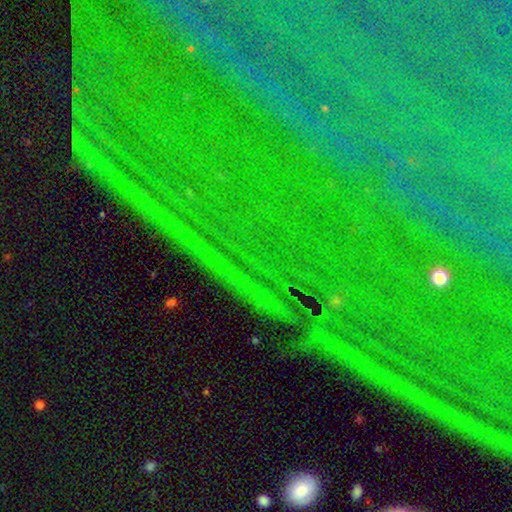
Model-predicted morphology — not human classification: The model was most divided on "smooth or featured": star or artifact: 85%, featured or disk: 9%, smooth: 6%.